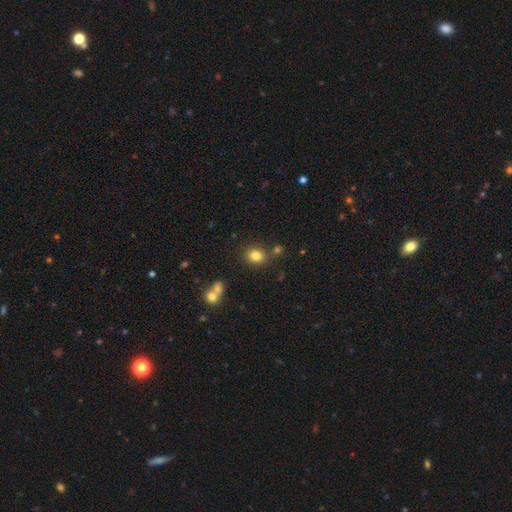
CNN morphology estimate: type=smooth (81%); roundness=round (76%); merging=none (78%).